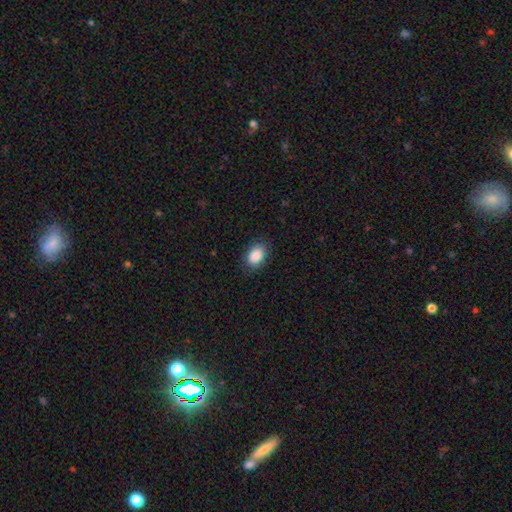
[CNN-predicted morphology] Smooth or featured? smooth (89%)
How rounded? in between (85%)
Merging? none (85%)